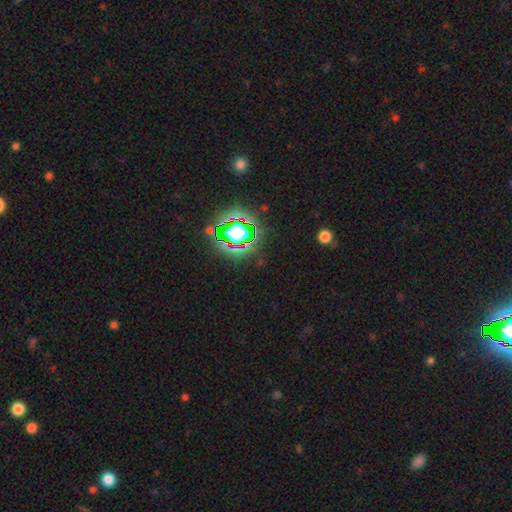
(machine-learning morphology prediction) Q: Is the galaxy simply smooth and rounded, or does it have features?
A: star or artifact — 77%.